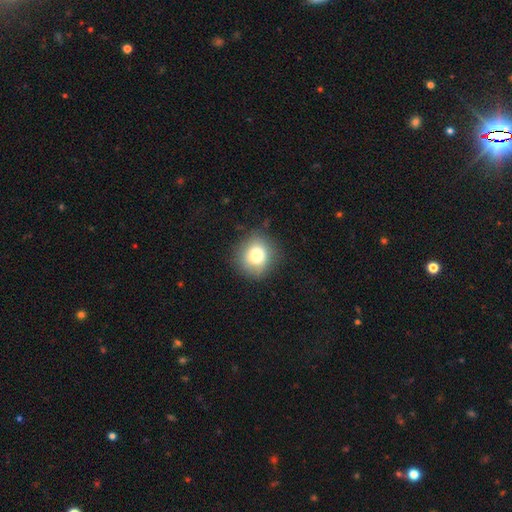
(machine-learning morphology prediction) smooth-or-featured: smooth: 77% | featured or disk: 12% | star or artifact: 11%
  how-rounded: round: 86% | in between: 13% | cigar-shaped: 1%
  merging: none: 82% | minor disturbance: 13% | major disturbance: 4% | merger: 1%